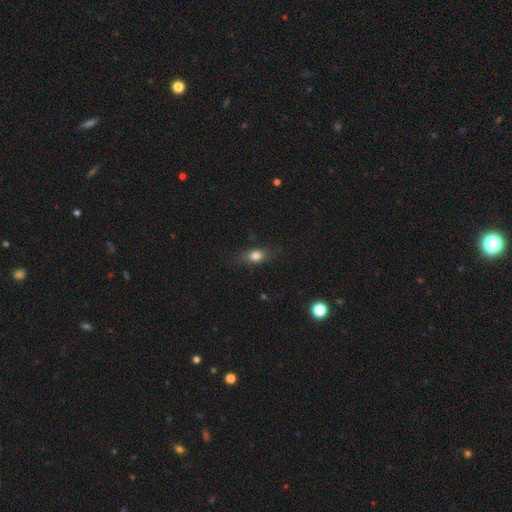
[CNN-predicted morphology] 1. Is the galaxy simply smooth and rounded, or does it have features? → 78% smooth, 12% featured or disk, 10% star or artifact.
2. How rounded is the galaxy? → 69% in between, 21% round, 11% cigar-shaped.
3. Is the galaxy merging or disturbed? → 78% none, 17% minor disturbance, 5% major disturbance, 1% merger.